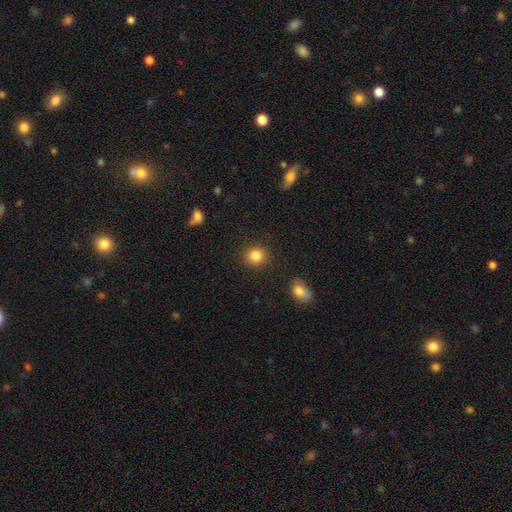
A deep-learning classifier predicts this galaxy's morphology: Smooth or featured? Predicted: smooth (p=0.86). How rounded? Predicted: round (p=0.84). Merging? Predicted: none (p=0.88).